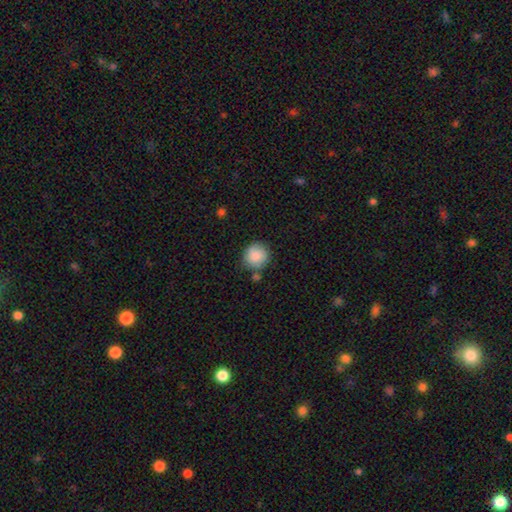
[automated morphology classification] Smooth or featured?
  - smooth: 88% *
  - star or artifact: 7%
  - featured or disk: 5%
How rounded?
  - round: 88% *
  - in between: 11%
  - cigar-shaped: 1%
Merging?
  - none: 72% *
  - minor disturbance: 15%
  - merger: 8%
  - major disturbance: 4%